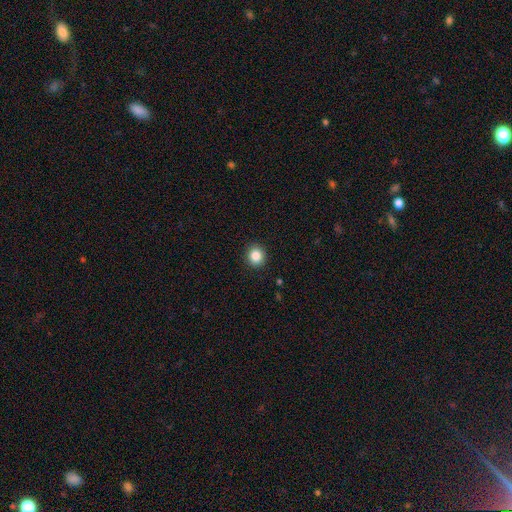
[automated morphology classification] The model was most divided on "how rounded": round: 85%, in between: 14%, cigar-shaped: 1%. More confident: merging — none (91%); smooth or featured — smooth (86%).